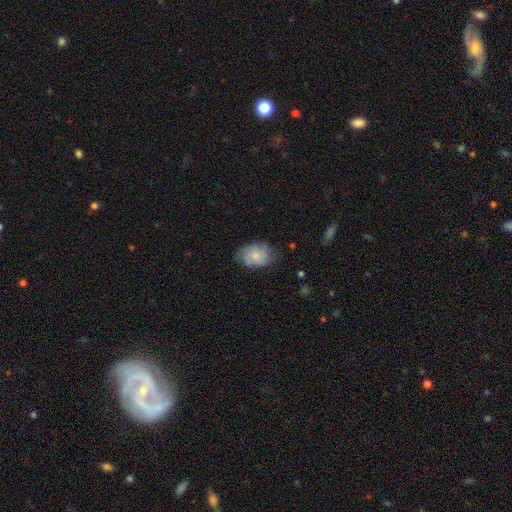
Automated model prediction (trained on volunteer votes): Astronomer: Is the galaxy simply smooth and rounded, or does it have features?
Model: featured or disk — 49% (runner-up: smooth, 43%).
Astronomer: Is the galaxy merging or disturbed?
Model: none — 64%.